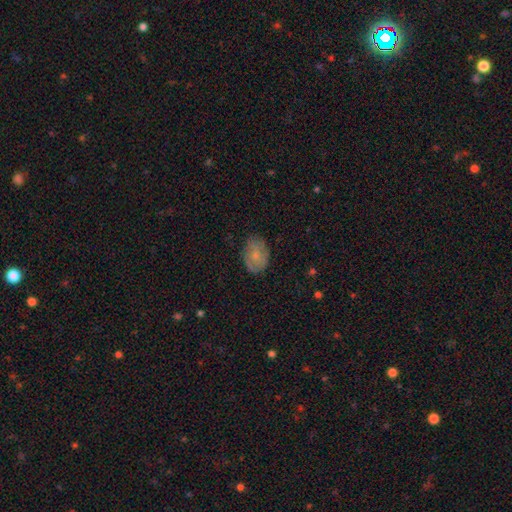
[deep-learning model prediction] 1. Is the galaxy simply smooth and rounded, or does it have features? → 60% smooth, 32% featured or disk, 8% star or artifact.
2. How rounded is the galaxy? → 74% in between, 25% round, 1% cigar-shaped.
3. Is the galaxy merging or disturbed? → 77% none, 18% minor disturbance, 4% major disturbance, 1% merger.